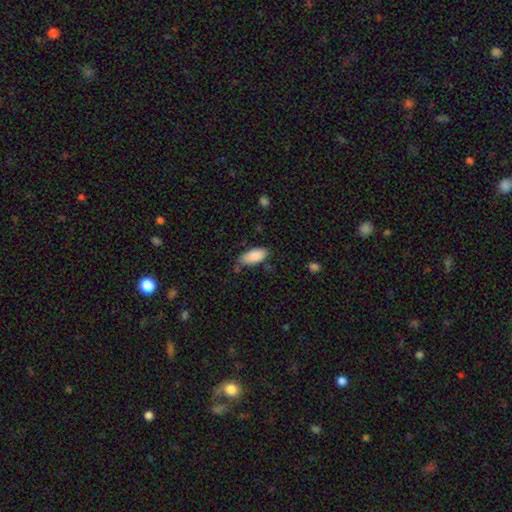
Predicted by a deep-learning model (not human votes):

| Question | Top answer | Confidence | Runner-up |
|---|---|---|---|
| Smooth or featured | smooth | 88% | star or artifact (6%) |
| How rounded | in between | 89% | cigar-shaped (9%) |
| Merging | none | 60% | minor disturbance (30%) |